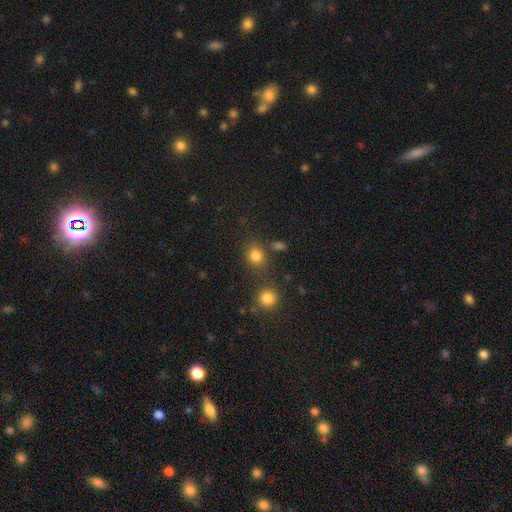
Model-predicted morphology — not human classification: Q: Smooth or featured?
A: smooth (81%); runner-up: star or artifact (14%)
Q: How rounded?
A: round (71%); runner-up: in between (28%)
Q: Merging?
A: none (72%); runner-up: merger (12%)